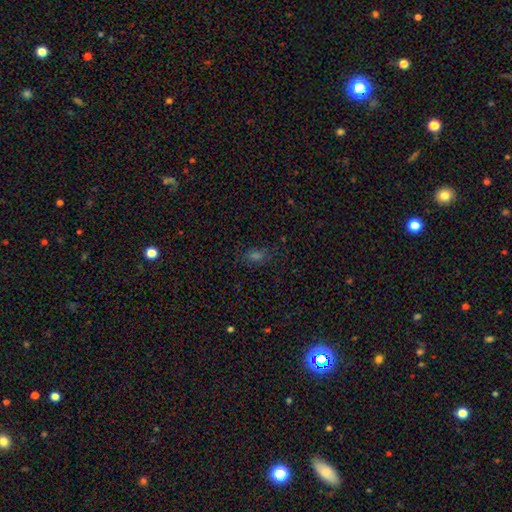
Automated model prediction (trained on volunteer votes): This appears to be a smooth galaxy with no disk features (51%) that is in between round and cigar-shaped (73%). Merging: none (77%).